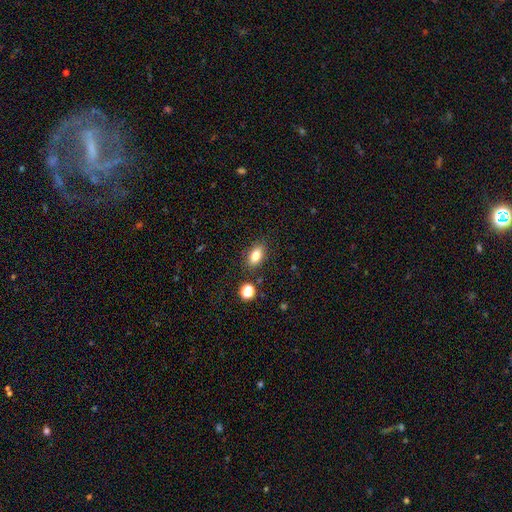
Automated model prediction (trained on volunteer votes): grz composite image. It shows a smooth galaxy with no disk features (79%) that is in between round and cigar-shaped (84%). Merging: none (84%).